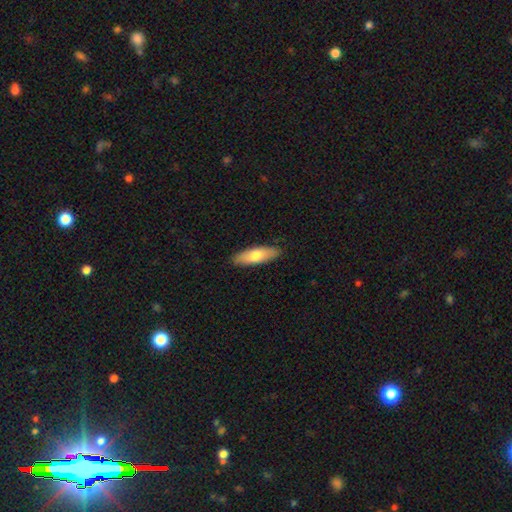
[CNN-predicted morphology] Smooth or featured: smooth — 72% (featured or disk — 23%)
How rounded: in between — 56% (cigar-shaped — 42%)
Merging: none — 88% (minor disturbance — 9%)